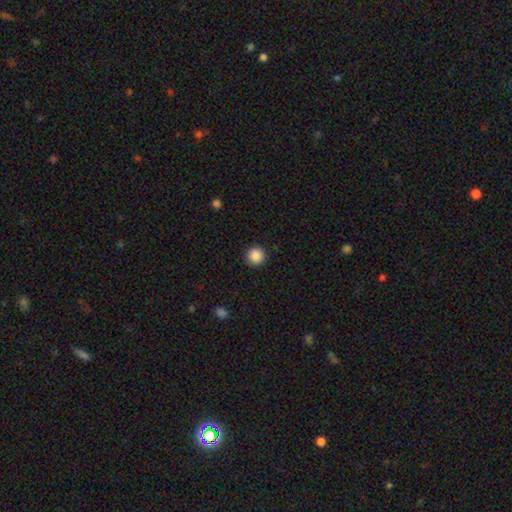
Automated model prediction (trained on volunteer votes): smooth_or_featured: smooth (p=0.88) [alt: star or artifact p=0.09]
how_rounded: round (p=0.95) [alt: in between p=0.04]
merging: none (p=0.92) [alt: minor disturbance p=0.05]